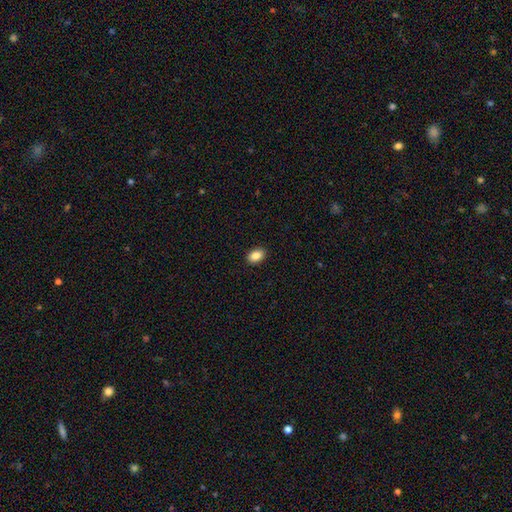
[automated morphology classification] Smooth or featured: smooth — 87% (star or artifact — 8%)
How rounded: in between — 82% (round — 17%)
Merging: none — 91% (minor disturbance — 7%)